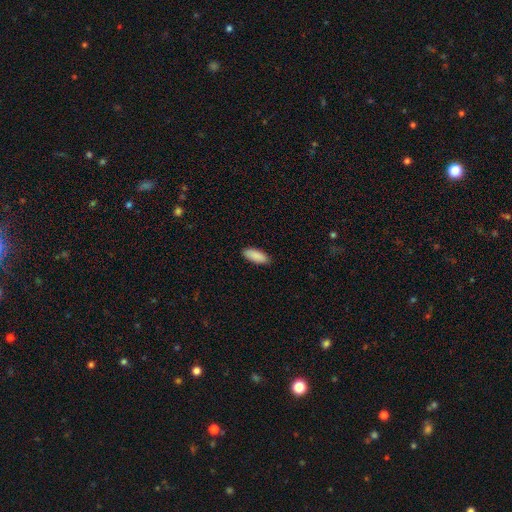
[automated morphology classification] Smooth or featured?
  - smooth: 90% *
  - star or artifact: 6%
  - featured or disk: 4%
How rounded?
  - in between: 81% *
  - cigar-shaped: 18%
  - round: 2%
Merging?
  - none: 89% *
  - minor disturbance: 8%
  - major disturbance: 2%
  - merger: 1%